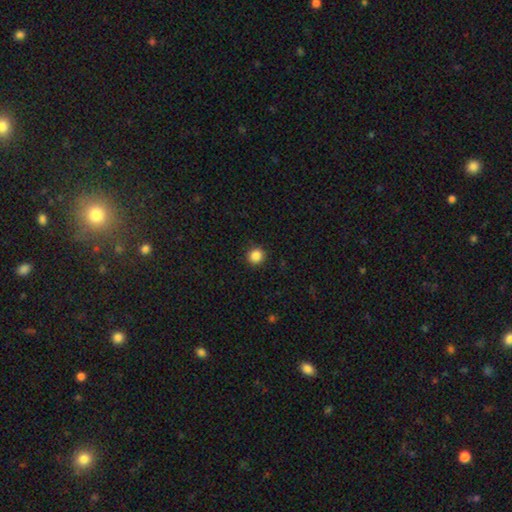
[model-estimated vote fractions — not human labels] Q: Smooth or featured?
A: smooth (86%); runner-up: star or artifact (11%)
Q: How rounded?
A: round (92%); runner-up: in between (7%)
Q: Merging?
A: none (91%); runner-up: minor disturbance (6%)